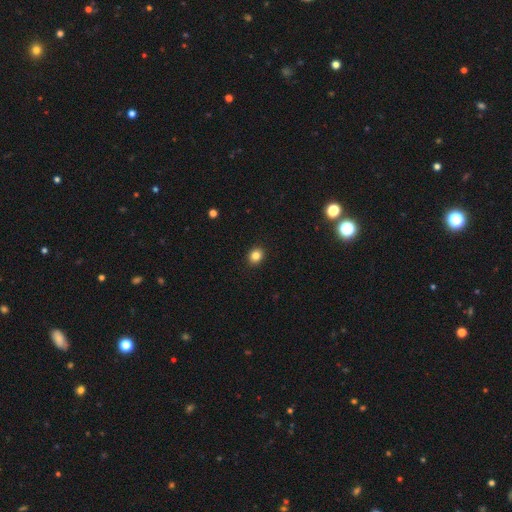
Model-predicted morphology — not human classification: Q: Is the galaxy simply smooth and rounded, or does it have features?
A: smooth — 84%.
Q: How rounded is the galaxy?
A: round — 68%.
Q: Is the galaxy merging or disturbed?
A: none — 92%.